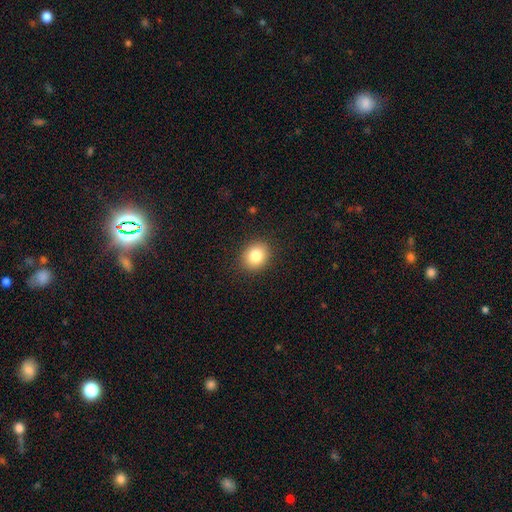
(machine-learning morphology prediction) A smooth galaxy with no disk features (82%) that is round (66%).

Vote fractions:
- Smooth or featured? smooth: 82% / star or artifact: 10% / featured or disk: 8%
- How rounded? round: 66% / in between: 33% / cigar-shaped: 1%
- Merging? none: 90% / minor disturbance: 7% / major disturbance: 2% / merger: 1%